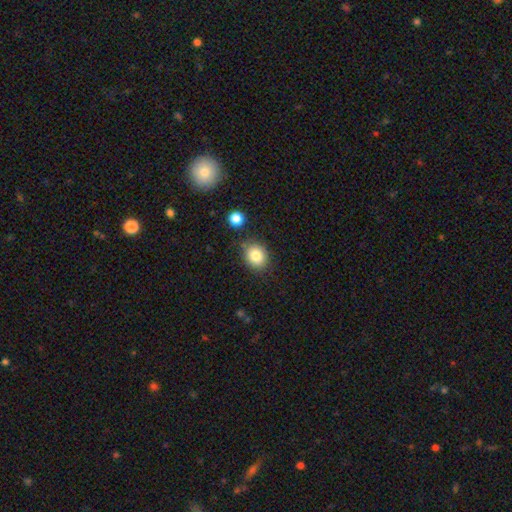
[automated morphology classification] Q: Smooth or featured?
A: smooth (82%); runner-up: star or artifact (10%)
Q: How rounded?
A: round (63%); runner-up: in between (36%)
Q: Merging?
A: none (79%); runner-up: minor disturbance (13%)